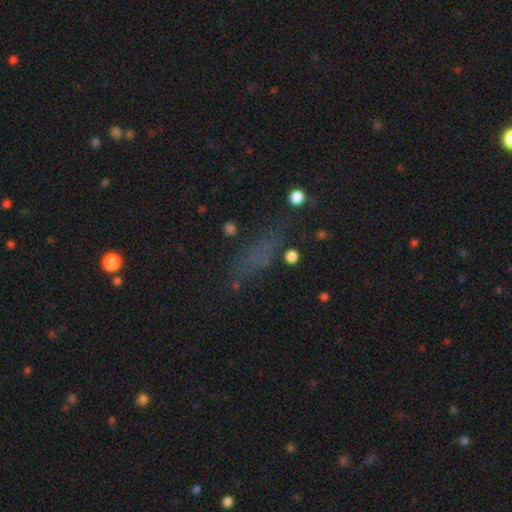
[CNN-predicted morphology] Overall: smooth (52%; star or artifact 31%). How rounded: cigar-shaped (52%; in between 40%). Merging: none (67%).